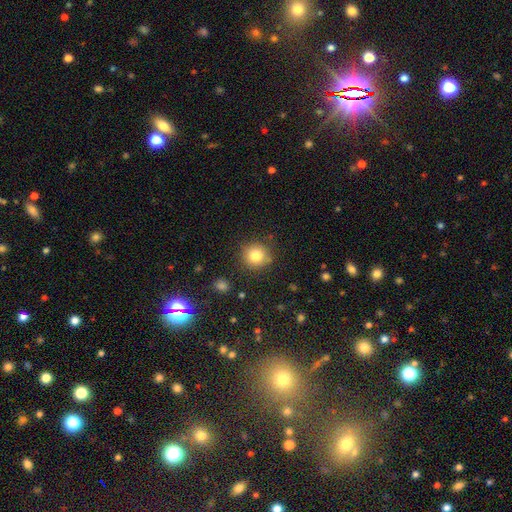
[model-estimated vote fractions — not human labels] A smooth galaxy with no disk features (81%) that is round (92%). Merging: none (86%).